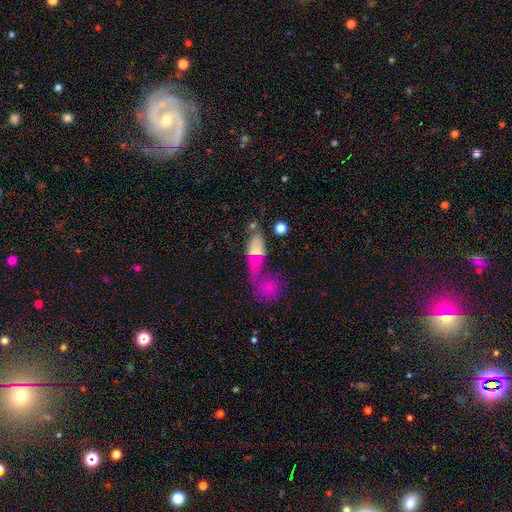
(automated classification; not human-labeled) smooth_or_featured: featured or disk (p=0.49) [alt: smooth p=0.36]
merging: merger (p=0.48) [alt: none p=0.27]